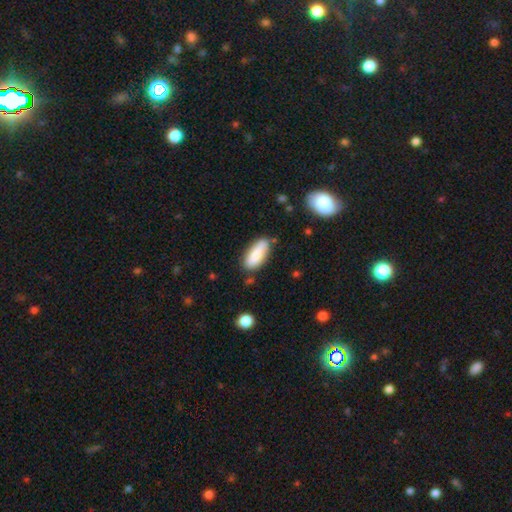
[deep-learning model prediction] Smooth or featured?
  - smooth: 84% *
  - featured or disk: 10%
  - star or artifact: 6%
How rounded?
  - in between: 79% *
  - cigar-shaped: 20%
  - round: 2%
Merging?
  - none: 77% *
  - minor disturbance: 17%
  - merger: 3%
  - major disturbance: 3%